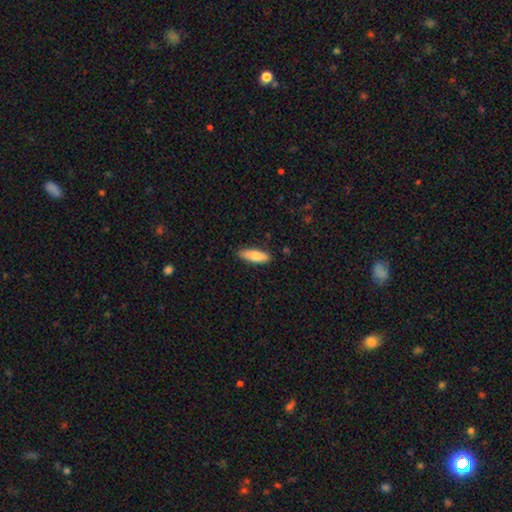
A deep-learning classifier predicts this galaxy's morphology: Q: Smooth or featured?
A: smooth (79%); runner-up: featured or disk (16%)
Q: How rounded?
A: in between (61%); runner-up: cigar-shaped (37%)
Q: Merging?
A: none (85%); runner-up: minor disturbance (12%)